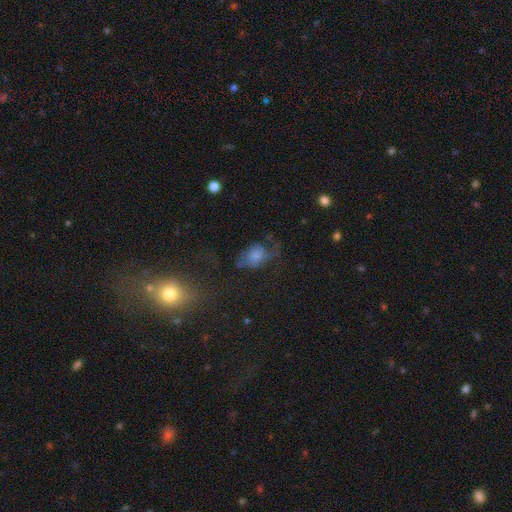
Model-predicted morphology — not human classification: type=smooth (56%); roundness=in between (78%); merging=major disturbance (36%).